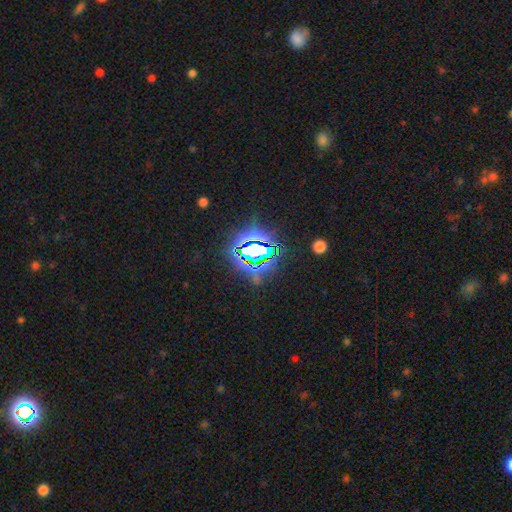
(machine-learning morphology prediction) Smooth or featured: star or artifact — 82% (smooth — 11%)